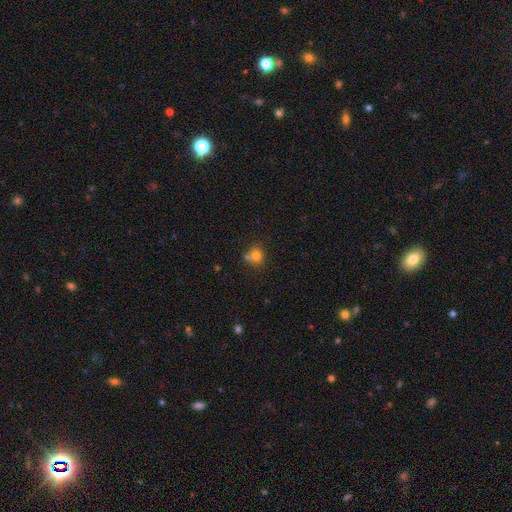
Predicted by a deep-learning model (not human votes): A smooth galaxy with no disk features (78%) that is round (81%). Merging: none (54%).